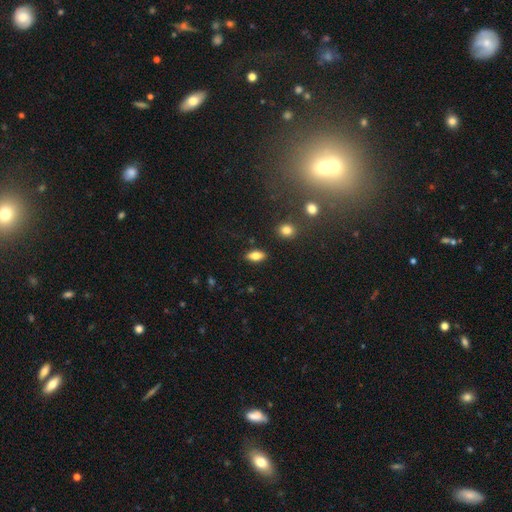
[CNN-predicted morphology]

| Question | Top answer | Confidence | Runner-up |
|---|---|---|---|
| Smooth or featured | smooth | 78% | featured or disk (13%) |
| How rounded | in between | 87% | cigar-shaped (8%) |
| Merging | none | 87% | minor disturbance (9%) |